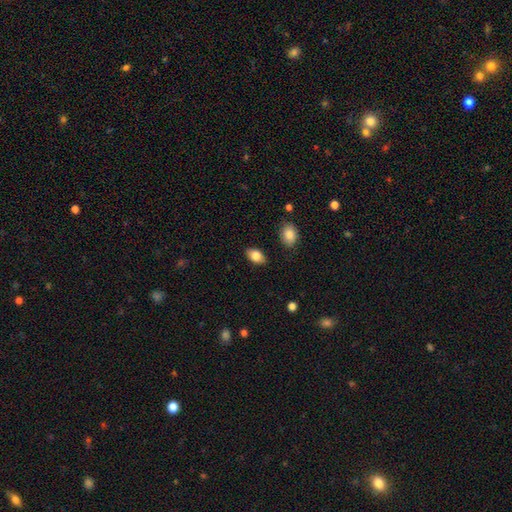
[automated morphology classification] Smooth or featured? Predicted: smooth (p=0.83). How rounded? Predicted: in between (p=0.88). Merging? Predicted: none (p=0.86).